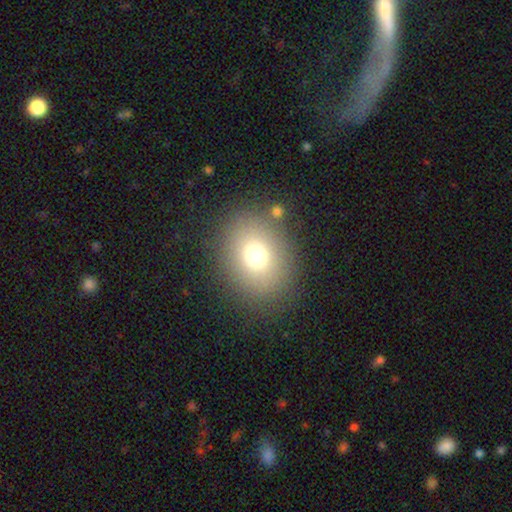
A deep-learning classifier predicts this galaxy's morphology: smooth-or-featured: smooth: 72% | star or artifact: 16% | featured or disk: 12%
  how-rounded: round: 60% | in between: 39% | cigar-shaped: 1%
  merging: none: 82% | minor disturbance: 9% | major disturbance: 5% | merger: 4%